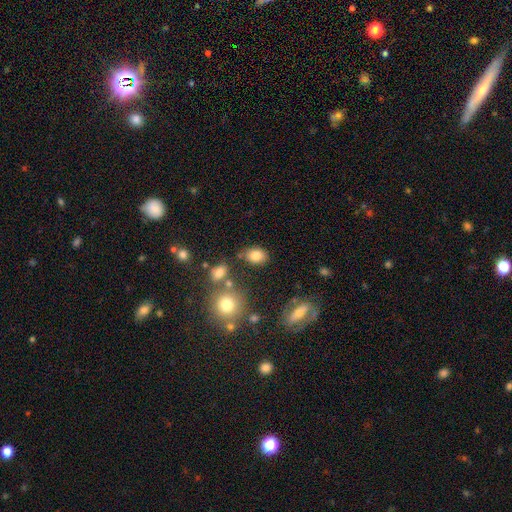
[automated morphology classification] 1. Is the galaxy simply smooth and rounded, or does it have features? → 82% smooth, 10% star or artifact, 8% featured or disk.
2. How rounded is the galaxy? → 71% in between, 28% round, 1% cigar-shaped.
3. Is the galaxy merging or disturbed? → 73% none, 15% minor disturbance, 7% merger, 5% major disturbance.